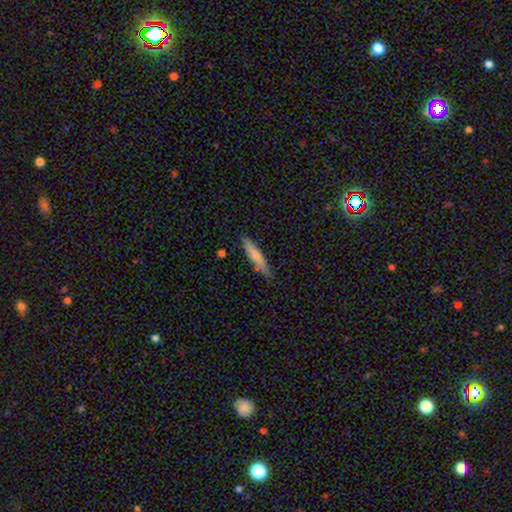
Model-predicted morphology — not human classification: Smooth or featured?
  - smooth: 72% *
  - featured or disk: 22%
  - star or artifact: 6%
How rounded?
  - cigar-shaped: 88% *
  - in between: 11%
  - round: 1%
Merging?
  - none: 83% *
  - minor disturbance: 13%
  - merger: 2%
  - major disturbance: 2%